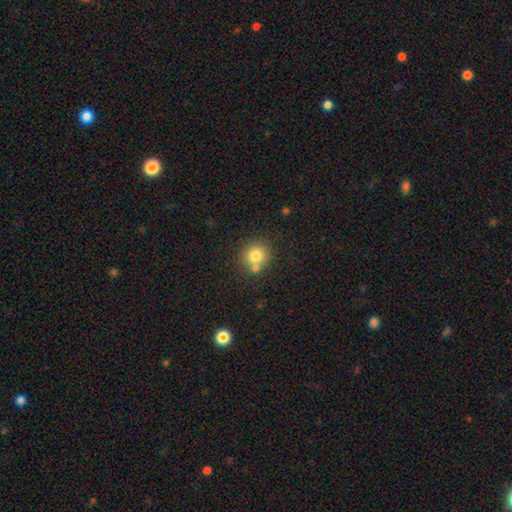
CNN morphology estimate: This is likely a smooth galaxy (78%). How rounded: clearly round (91%). Merging: likely none (69%).